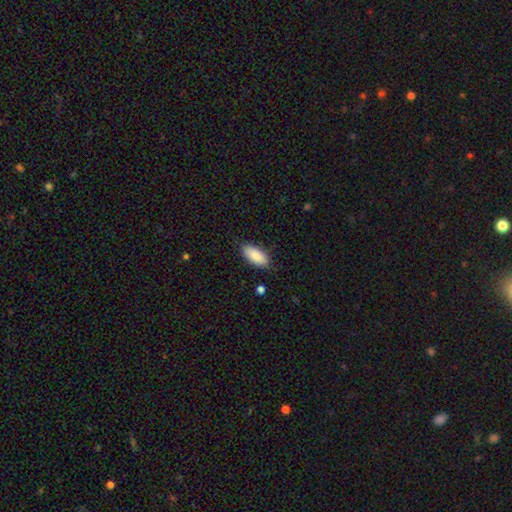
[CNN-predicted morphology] type=smooth (86%); roundness=in between (90%); merging=none (83%).